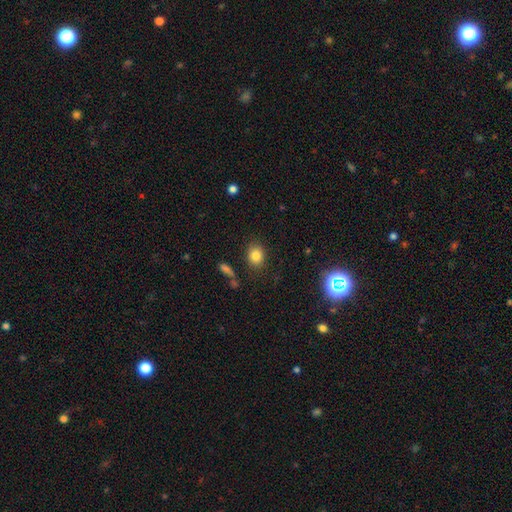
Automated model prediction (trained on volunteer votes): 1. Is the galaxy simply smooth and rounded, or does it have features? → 83% smooth, 11% star or artifact, 7% featured or disk.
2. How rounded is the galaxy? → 50% round, 49% in between, 1% cigar-shaped.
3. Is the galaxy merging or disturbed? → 84% none, 10% minor disturbance, 3% major disturbance, 3% merger.